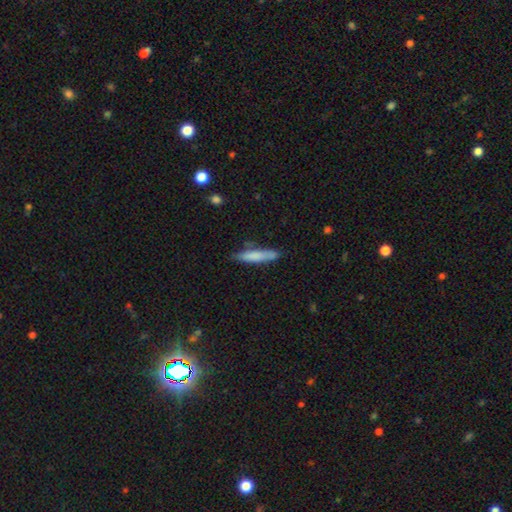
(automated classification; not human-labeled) Q: Smooth or featured?
A: smooth (75%); runner-up: featured or disk (19%)
Q: How rounded?
A: cigar-shaped (88%); runner-up: in between (11%)
Q: Merging?
A: none (76%); runner-up: minor disturbance (18%)